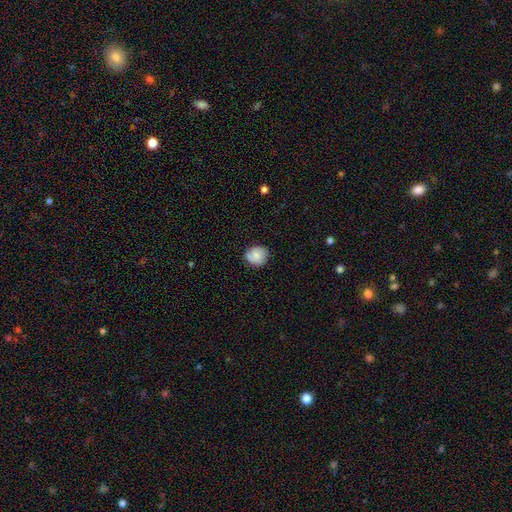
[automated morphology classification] A smooth galaxy with no disk features (71%) that is round (82%).

Vote fractions:
- Smooth or featured? smooth: 71% / featured or disk: 21% / star or artifact: 8%
- How rounded? round: 82% / in between: 17% / cigar-shaped: 1%
- Merging? none: 77% / minor disturbance: 18% / major disturbance: 4% / merger: 2%